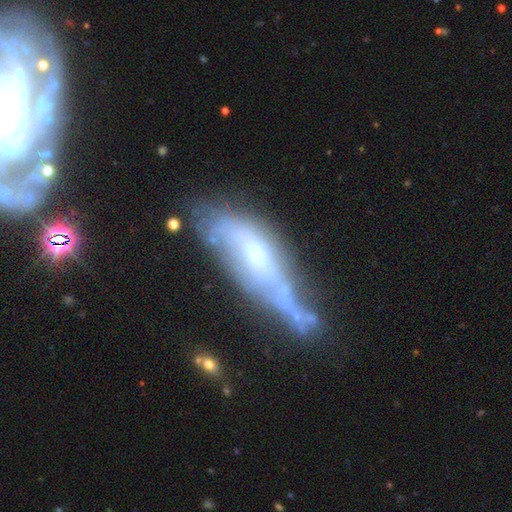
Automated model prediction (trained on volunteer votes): Morphology: type=featured or disk (59%); edge-on=no (71%); merging=none (30%).